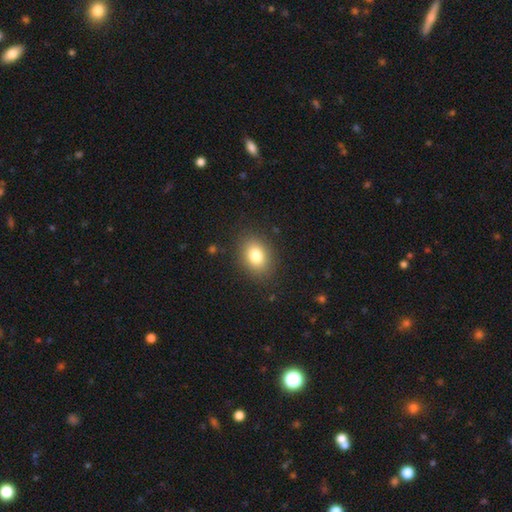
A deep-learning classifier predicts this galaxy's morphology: Smooth or featured? smooth (81%)
How rounded? in between (65%)
Merging? none (87%)